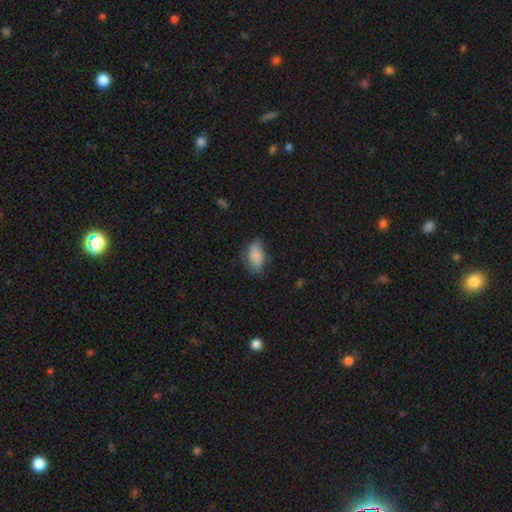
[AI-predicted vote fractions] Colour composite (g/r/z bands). It shows a smooth galaxy with no disk features (83%) that is in between round and cigar-shaped (93%). Merging: none (63%).